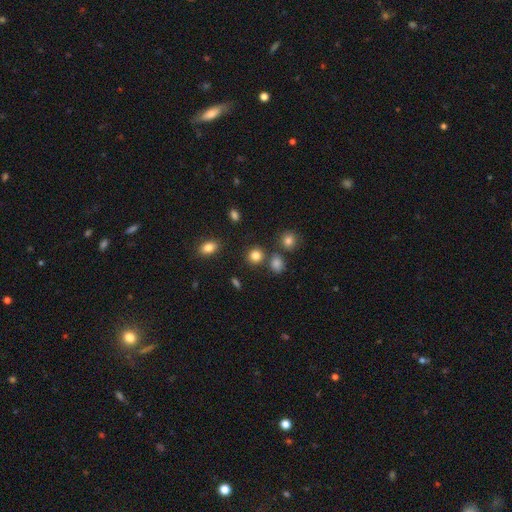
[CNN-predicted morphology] Smooth or featured?
  - smooth: 82% *
  - star or artifact: 12%
  - featured or disk: 5%
How rounded?
  - round: 85% *
  - in between: 14%
  - cigar-shaped: 1%
Merging?
  - none: 79% *
  - merger: 9%
  - minor disturbance: 9%
  - major disturbance: 3%